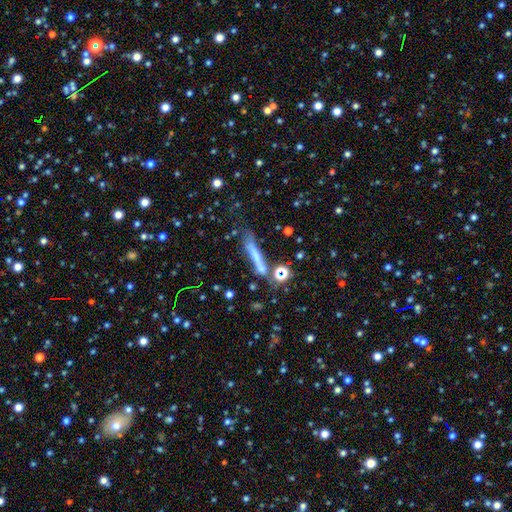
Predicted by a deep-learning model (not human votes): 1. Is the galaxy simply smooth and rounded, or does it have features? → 56% smooth, 29% featured or disk, 15% star or artifact.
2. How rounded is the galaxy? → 86% cigar-shaped, 10% in between, 4% round.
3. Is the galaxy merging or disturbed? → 51% none, 21% minor disturbance, 14% major disturbance, 14% merger.